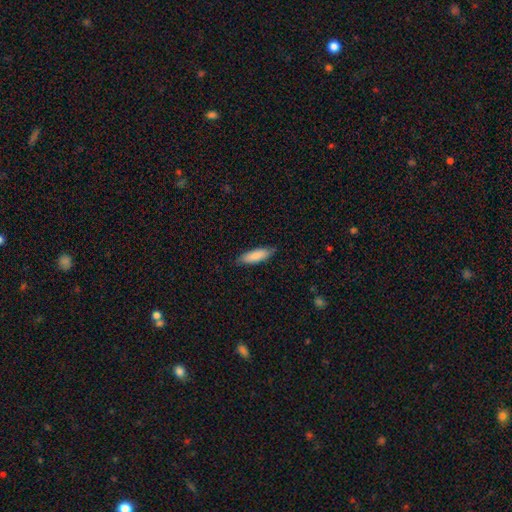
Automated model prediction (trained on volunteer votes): The model was most divided on "how rounded": cigar-shaped: 53%, in between: 46%, round: 1%. More confident: smooth or featured — smooth (86%); merging — none (84%).